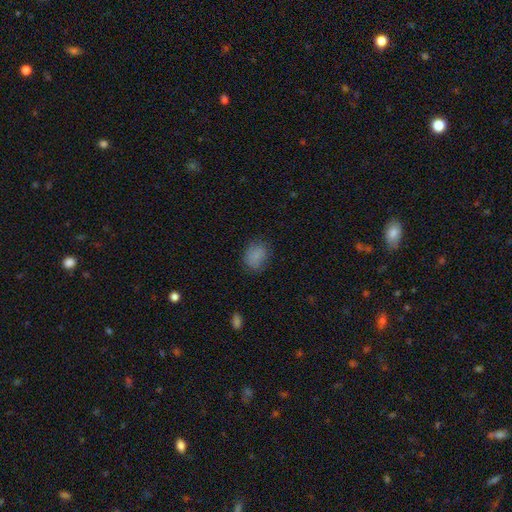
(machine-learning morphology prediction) A smooth galaxy with no disk features (84%) that is round (53%).

Vote fractions:
- Smooth or featured? smooth: 84% / star or artifact: 10% / featured or disk: 6%
- How rounded? round: 53% / in between: 46% / cigar-shaped: 1%
- Merging? none: 78% / minor disturbance: 16% / major disturbance: 5% / merger: 1%